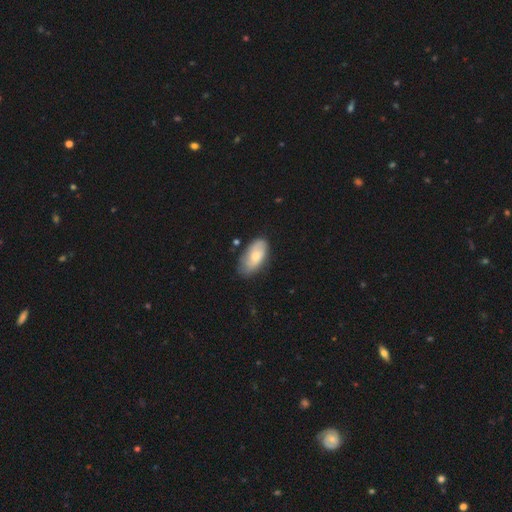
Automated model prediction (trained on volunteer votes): This appears to be a smooth galaxy with no disk features (67%) that is in between round and cigar-shaped (93%). Merging: none (70%).